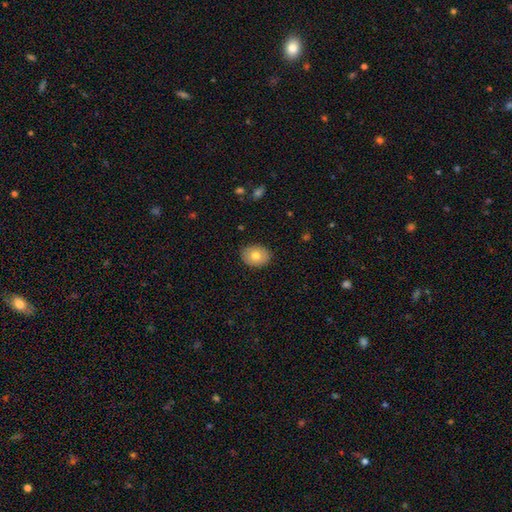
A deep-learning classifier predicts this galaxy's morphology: type=smooth (77%); roundness=in between (61%); merging=none (88%).